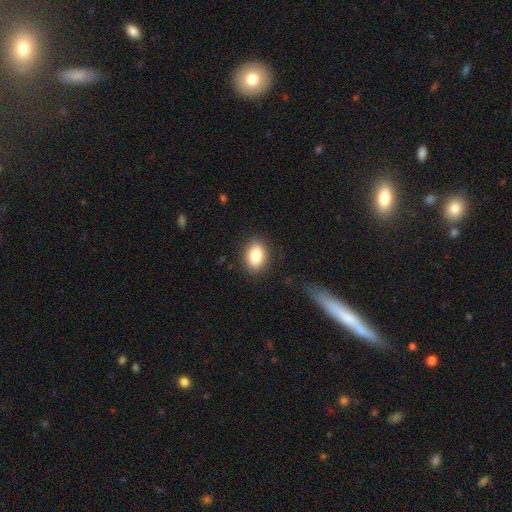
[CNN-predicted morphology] smooth 83%, featured or disk 9%, star or artifact 8%. Down the decision tree: how rounded — in between (75%); merging — none (86%).